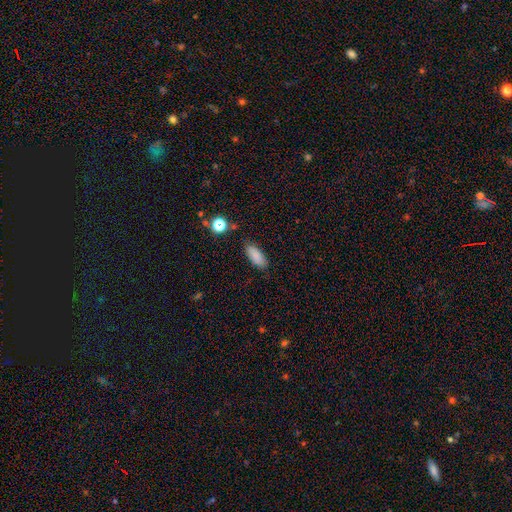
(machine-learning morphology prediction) This is clearly a smooth galaxy (86%). How rounded: likely in between (78%). Merging: clearly none (84%).